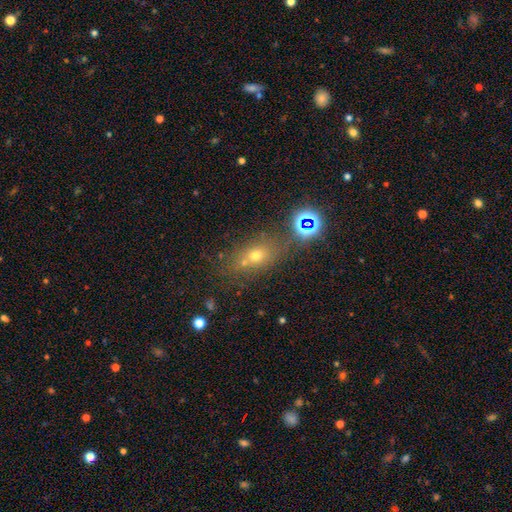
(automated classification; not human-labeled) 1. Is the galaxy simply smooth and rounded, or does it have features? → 56% smooth, 27% star or artifact, 17% featured or disk.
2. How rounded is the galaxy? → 56% in between, 38% round, 6% cigar-shaped.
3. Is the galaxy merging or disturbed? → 61% none, 18% merger, 14% minor disturbance, 7% major disturbance.